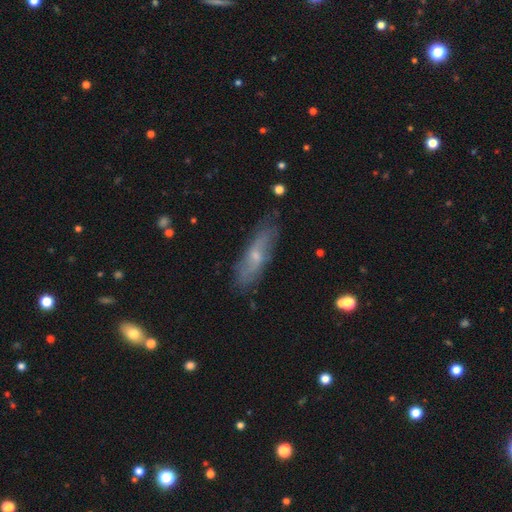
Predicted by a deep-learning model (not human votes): Smooth or featured? Predicted: featured or disk (p=0.50). Edge-on disk? Predicted: no (p=0.64). Merging? Predicted: none (p=0.75).